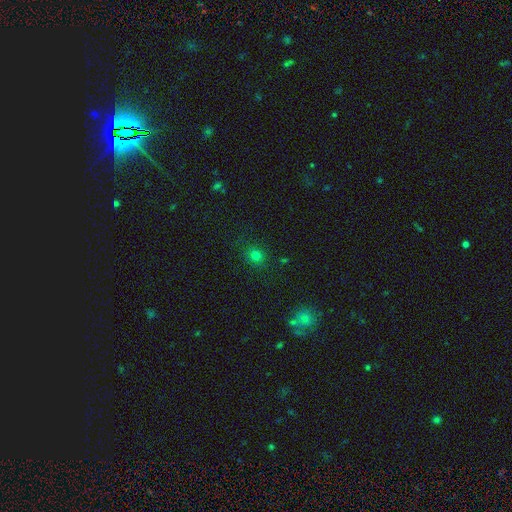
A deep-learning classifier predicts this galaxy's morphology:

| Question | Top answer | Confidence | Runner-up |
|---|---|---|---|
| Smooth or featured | smooth | 76% | star or artifact (18%) |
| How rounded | round | 85% | in between (14%) |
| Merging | none | 86% | minor disturbance (9%) |